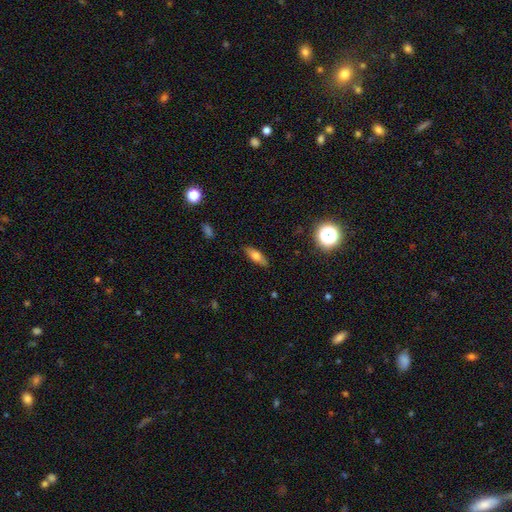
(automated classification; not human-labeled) Smooth or featured? smooth (66%)
How rounded? in between (61%)
Merging? none (84%)